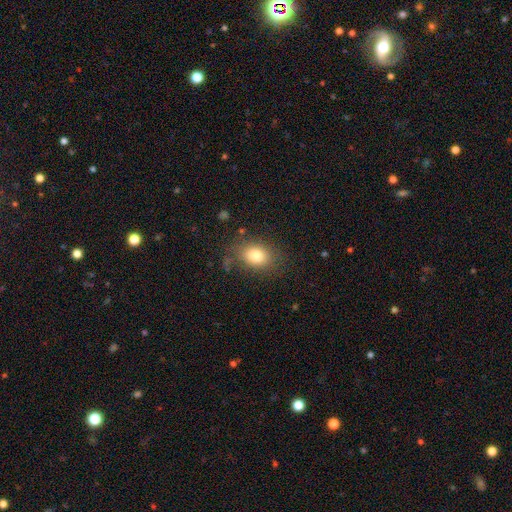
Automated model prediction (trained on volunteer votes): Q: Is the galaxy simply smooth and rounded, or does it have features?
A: smooth — 80%.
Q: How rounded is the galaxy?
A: in between — 68%.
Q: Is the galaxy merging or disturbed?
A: none — 78%.